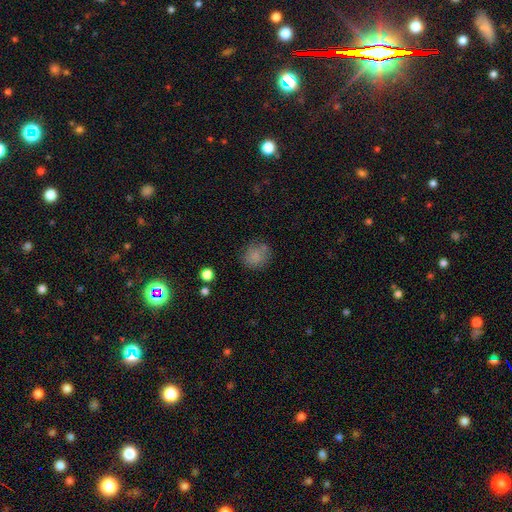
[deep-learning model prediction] This appears to be a smooth galaxy with no disk features (81%) that is round (80%). Merging: none (72%).